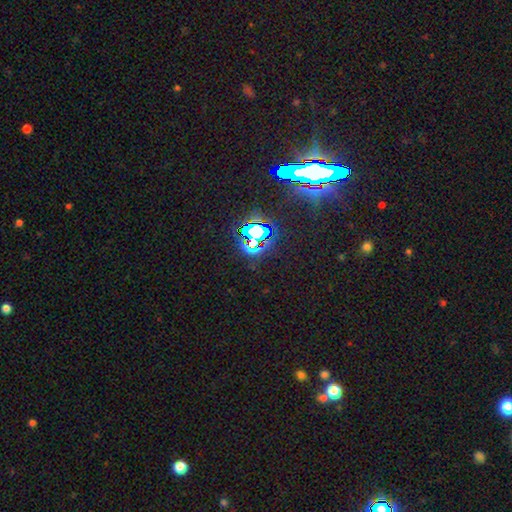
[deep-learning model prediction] The model was most divided on "smooth or featured": star or artifact: 82%, smooth: 10%, featured or disk: 8%.